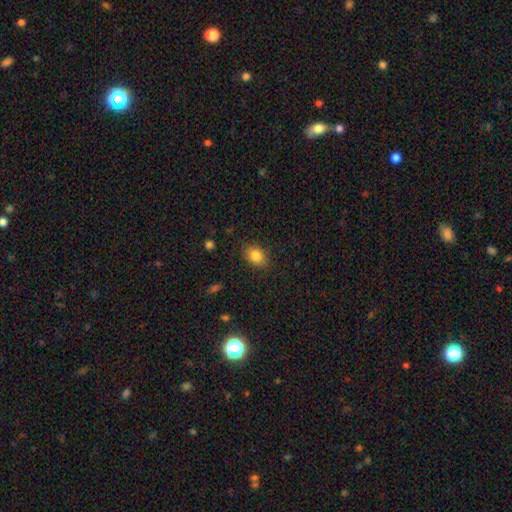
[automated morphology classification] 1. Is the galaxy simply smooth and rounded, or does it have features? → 84% smooth, 9% star or artifact, 7% featured or disk.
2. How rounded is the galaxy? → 70% in between, 29% round, 1% cigar-shaped.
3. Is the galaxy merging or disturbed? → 85% none, 11% minor disturbance, 3% major disturbance, 1% merger.